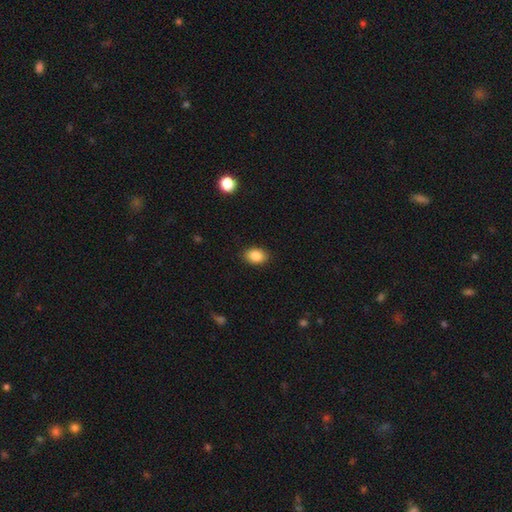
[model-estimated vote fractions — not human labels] This is clearly a smooth galaxy (87%). How rounded: likely in between (80%). Merging: clearly none (89%).